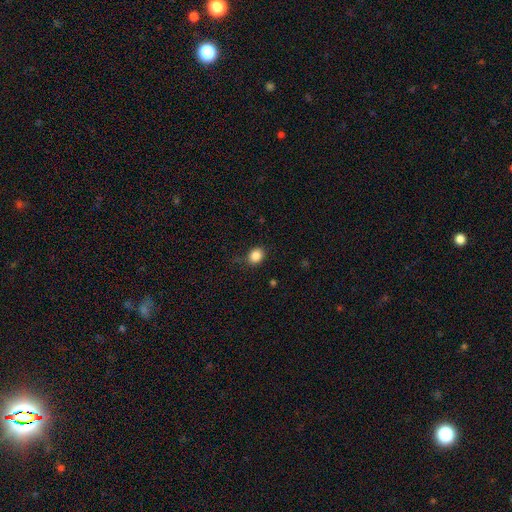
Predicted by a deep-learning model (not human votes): Overall: smooth (86%). How rounded: round (63%; in between 36%). Merging: none (80%).